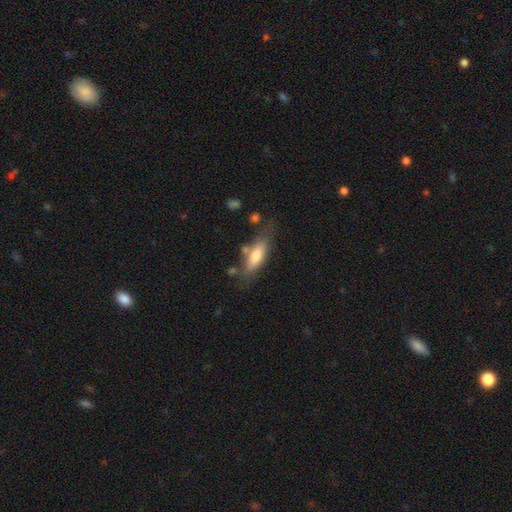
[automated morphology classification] Smooth or featured? Predicted: smooth (p=0.69). How rounded? Predicted: in between (p=0.59). Merging? Predicted: none (p=0.61).